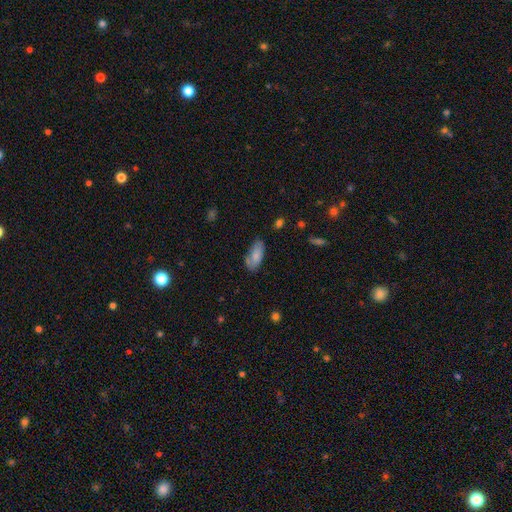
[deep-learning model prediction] A smooth galaxy with no disk features (80%) that is in between round and cigar-shaped (85%). Merging: none (64%).